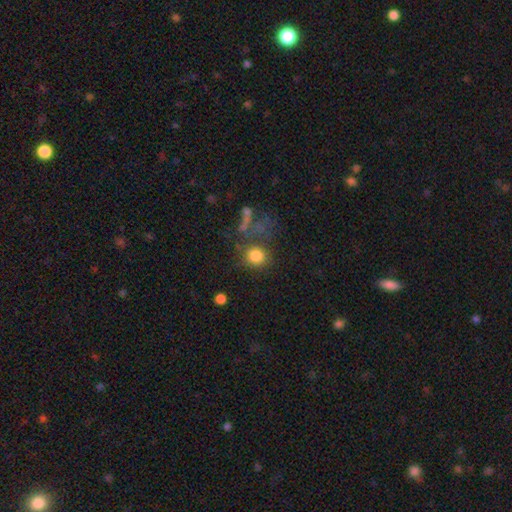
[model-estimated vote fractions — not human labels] smooth_or_featured: smooth (p=0.82) [alt: star or artifact p=0.11]
how_rounded: round (p=0.85) [alt: in between p=0.13]
merging: none (p=0.65) [alt: minor disturbance p=0.13]